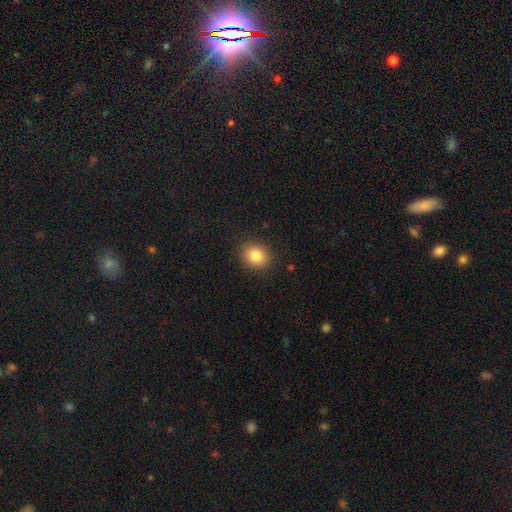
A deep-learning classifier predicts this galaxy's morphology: Overall: smooth (83%). How rounded: round (64%; in between 35%). Merging: none (89%).